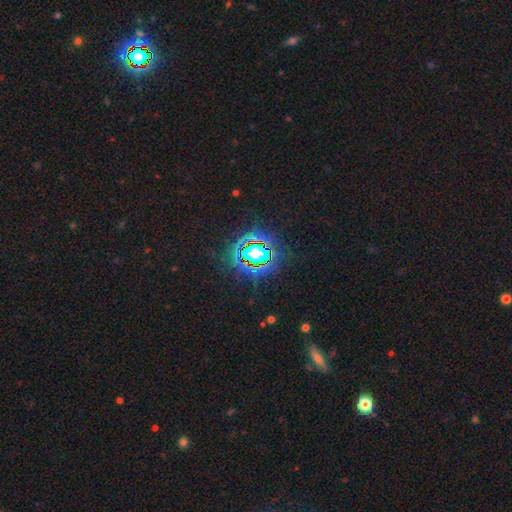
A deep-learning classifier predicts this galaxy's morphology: star or artifact 80%, smooth 12%, featured or disk 8%.